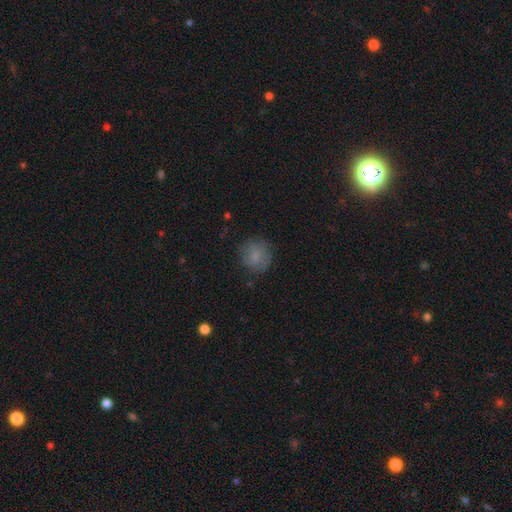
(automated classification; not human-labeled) Q: Smooth or featured?
A: smooth (76%); runner-up: featured or disk (15%)
Q: How rounded?
A: round (88%); runner-up: in between (12%)
Q: Merging?
A: none (74%); runner-up: minor disturbance (18%)